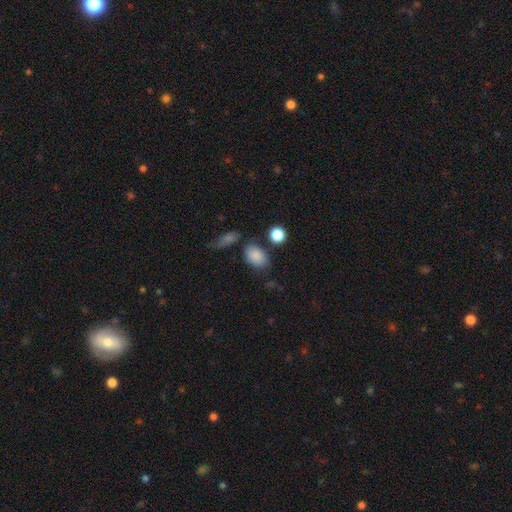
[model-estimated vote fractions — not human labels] smooth 85%, star or artifact 9%, featured or disk 6%. Down the decision tree: how rounded — in between (81%); merging — none (66%).